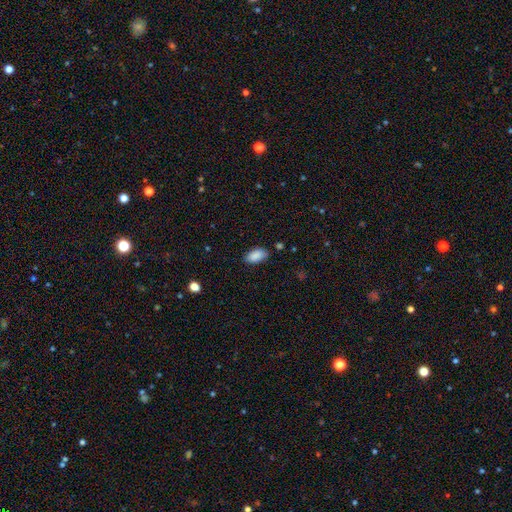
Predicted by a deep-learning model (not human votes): smooth 89%, star or artifact 7%, featured or disk 4%. Down the decision tree: how rounded — in between (94%); merging — none (82%).